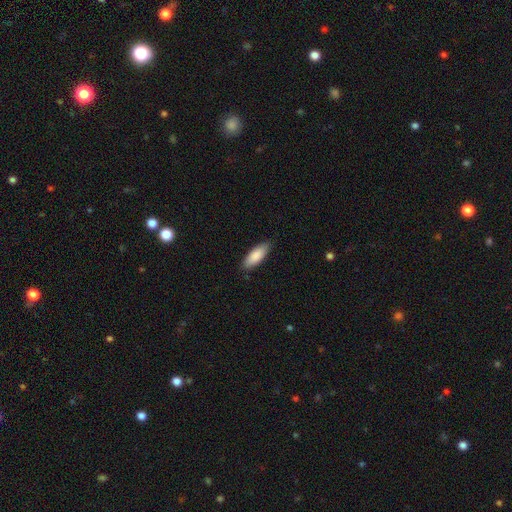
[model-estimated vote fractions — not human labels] A smooth galaxy with no disk features (87%) that is in between round and cigar-shaped (72%).

Vote fractions:
- Smooth or featured? smooth: 87% / featured or disk: 7% / star or artifact: 6%
- How rounded? in between: 72% / cigar-shaped: 27% / round: 2%
- Merging? none: 85% / minor disturbance: 12% / major disturbance: 2% / merger: 1%